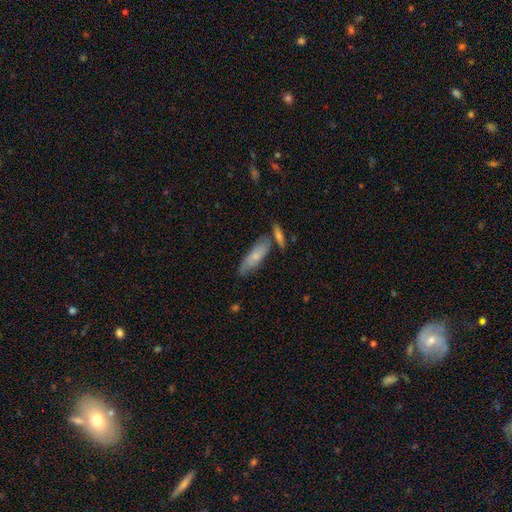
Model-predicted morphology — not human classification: Smooth or featured?
  - smooth: 55% *
  - featured or disk: 37%
  - star or artifact: 8%
How rounded?
  - in between: 53% *
  - cigar-shaped: 45%
  - round: 3%
Merging?
  - none: 61% *
  - minor disturbance: 20%
  - merger: 14%
  - major disturbance: 6%